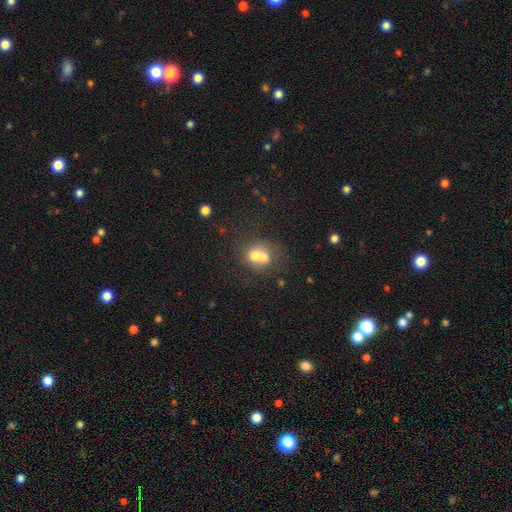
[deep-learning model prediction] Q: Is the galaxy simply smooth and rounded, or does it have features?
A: smooth — 65%.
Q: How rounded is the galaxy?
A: round — 71%.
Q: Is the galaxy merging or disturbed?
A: merger — 61%.